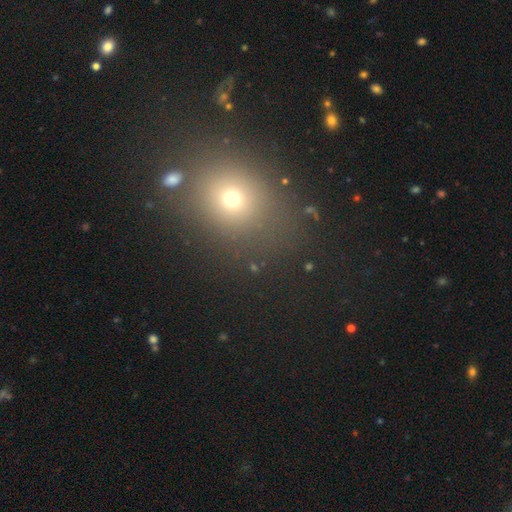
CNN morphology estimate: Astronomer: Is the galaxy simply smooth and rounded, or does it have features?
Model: smooth — 58%.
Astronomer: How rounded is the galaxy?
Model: round — 65%.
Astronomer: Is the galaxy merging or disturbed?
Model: none — 85%.